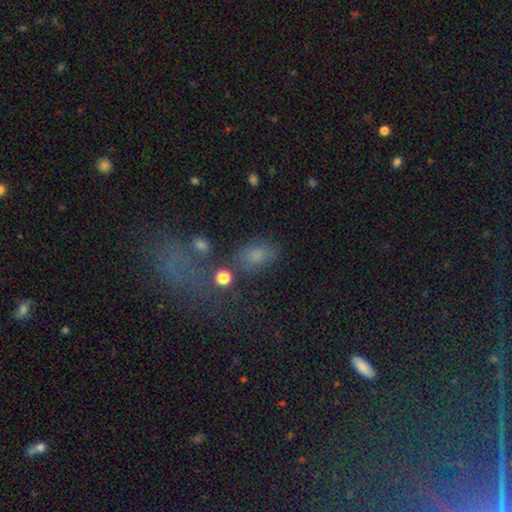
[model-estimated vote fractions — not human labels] A smooth galaxy with no disk features (69%) that is in between round and cigar-shaped (82%).

Vote fractions:
- Smooth or featured? smooth: 69% / star or artifact: 18% / featured or disk: 13%
- How rounded? in between: 82% / round: 14% / cigar-shaped: 4%
- Merging? none: 59% / minor disturbance: 18% / major disturbance: 11% / merger: 11%